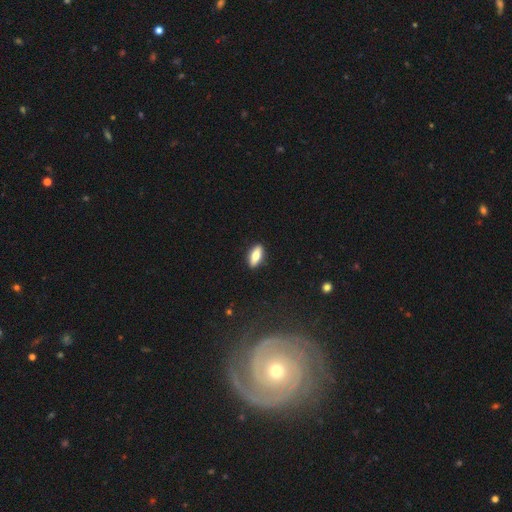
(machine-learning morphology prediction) Smooth or featured: smooth — 71% (featured or disk — 22%)
How rounded: in between — 76% (cigar-shaped — 21%)
Merging: none — 89% (minor disturbance — 8%)